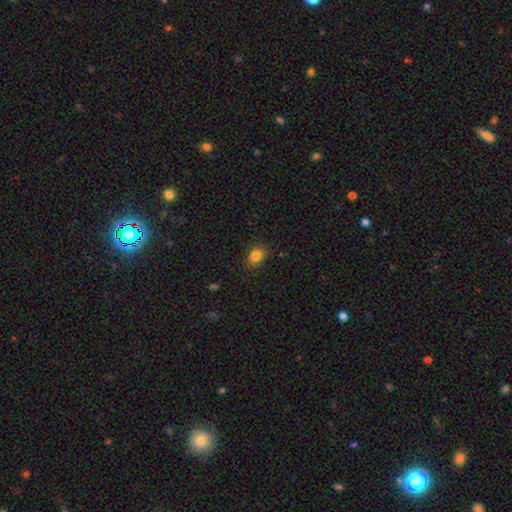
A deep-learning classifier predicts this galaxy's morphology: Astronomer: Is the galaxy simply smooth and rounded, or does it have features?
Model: smooth — 83%.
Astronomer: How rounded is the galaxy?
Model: in between — 60% (runner-up: round, 39%).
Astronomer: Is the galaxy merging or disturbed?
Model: none — 85%.